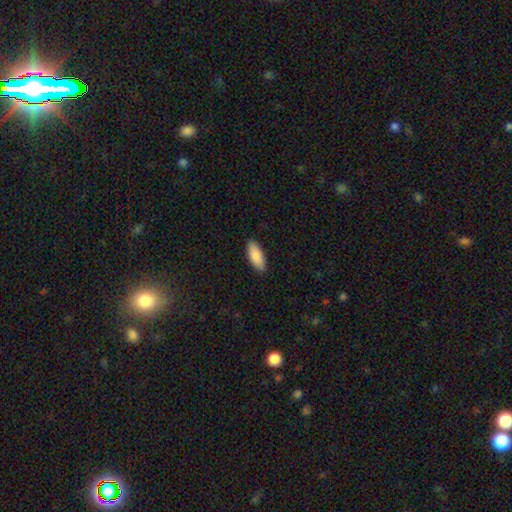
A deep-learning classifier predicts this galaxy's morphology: smooth 89%, featured or disk 6%, star or artifact 5%. Down the decision tree: how rounded — in between (82%); merging — none (89%).